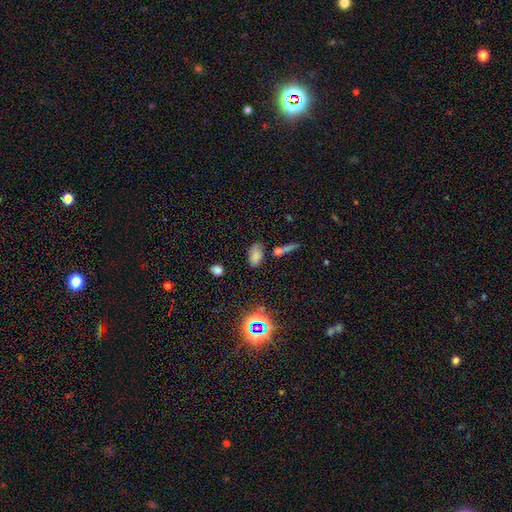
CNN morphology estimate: A smooth galaxy with no disk features (76%) that is in between round and cigar-shaped (91%).

Vote fractions:
- Smooth or featured? smooth: 76% / star or artifact: 16% / featured or disk: 9%
- How rounded? in between: 91% / round: 6% / cigar-shaped: 3%
- Merging? none: 70% / minor disturbance: 15% / merger: 11% / major disturbance: 4%